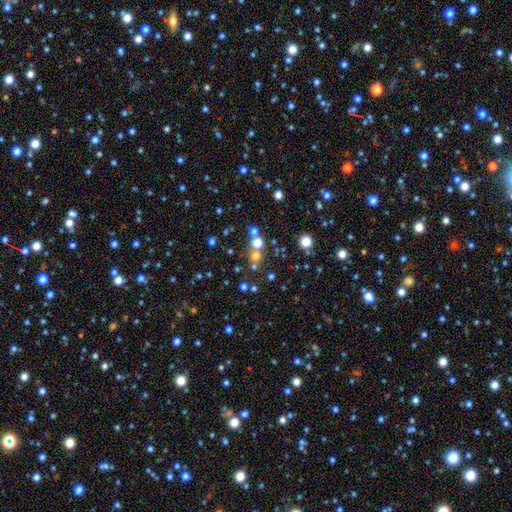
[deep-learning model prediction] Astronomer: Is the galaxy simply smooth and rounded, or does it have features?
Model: smooth — 57%.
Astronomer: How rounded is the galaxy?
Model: round — 89%.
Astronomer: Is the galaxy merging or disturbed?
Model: none — 61%.